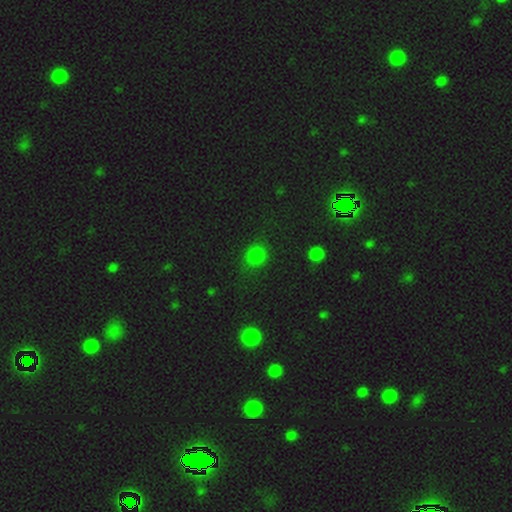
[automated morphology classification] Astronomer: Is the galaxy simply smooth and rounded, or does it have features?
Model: smooth — 78%.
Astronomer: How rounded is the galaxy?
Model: round — 83%.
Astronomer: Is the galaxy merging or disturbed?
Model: none — 83%.